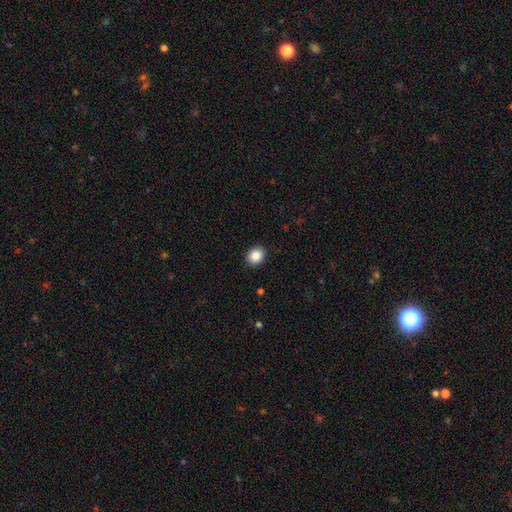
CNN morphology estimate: Overall: smooth (87%). How rounded: round (66%; in between 33%). Merging: none (91%).